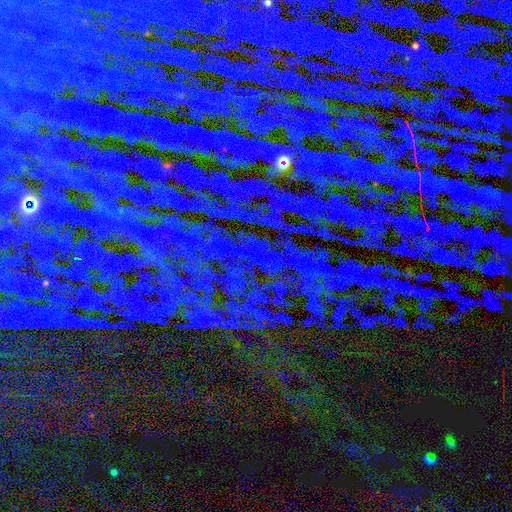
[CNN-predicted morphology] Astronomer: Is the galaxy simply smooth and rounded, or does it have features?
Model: star or artifact — 85%.